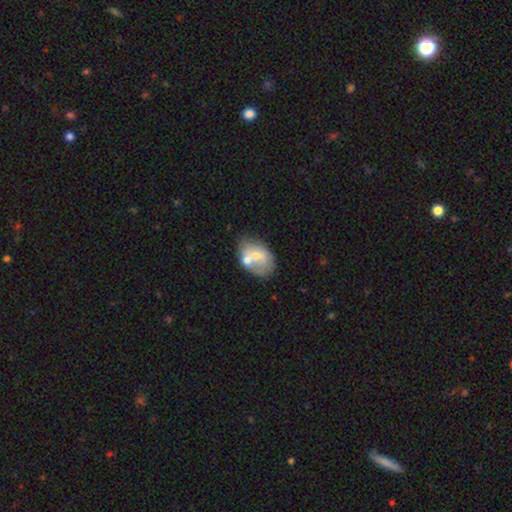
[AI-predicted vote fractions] Morphology: type=smooth (51%); roundness=in between (80%); merging=none (40%).